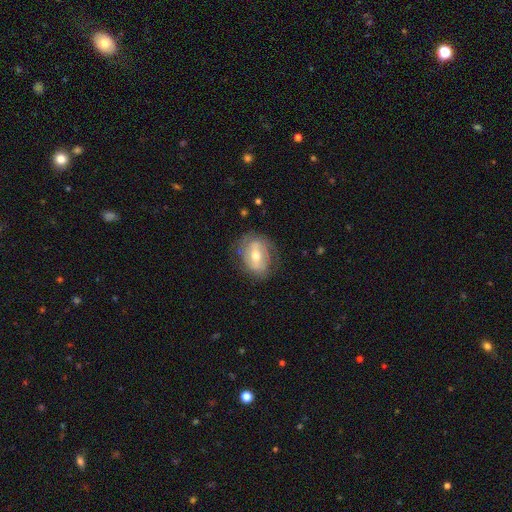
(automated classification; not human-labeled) Smooth or featured? featured or disk (63%)
Edge-on disk? no (94%)
Bar? weak (41%)
Spiral arms? yes (60%)
Bulge size? moderate (70%)
Merging? none (72%)